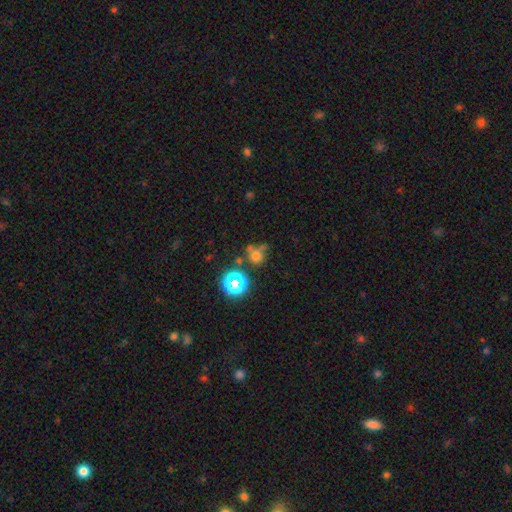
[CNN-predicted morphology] Smooth or featured? smooth (63%)
How rounded? round (85%)
Merging? none (57%)